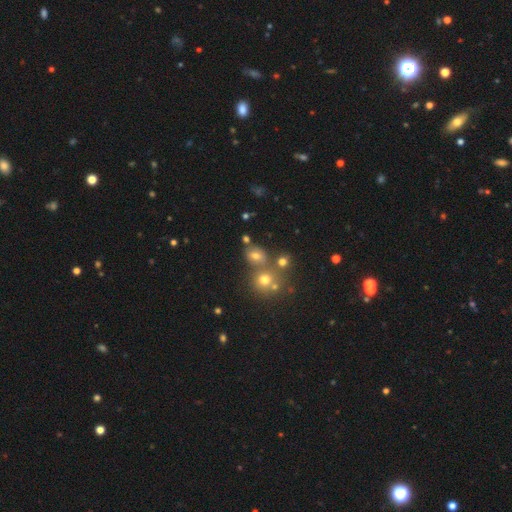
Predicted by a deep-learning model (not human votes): smooth_or_featured: smooth (p=0.64) [alt: star or artifact p=0.21]
how_rounded: round (p=0.49) [tied with: in between p=0.49]
merging: none (p=0.60) [alt: merger p=0.22]